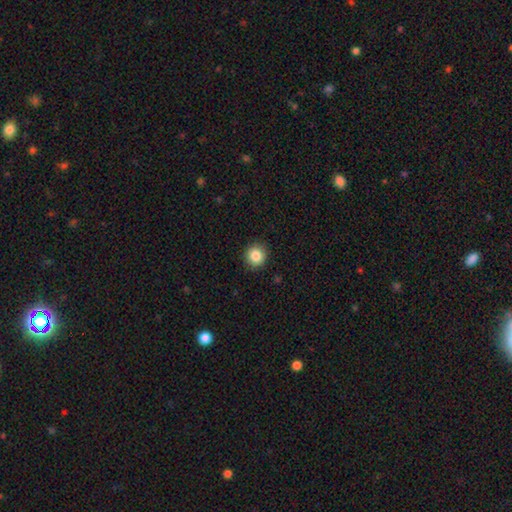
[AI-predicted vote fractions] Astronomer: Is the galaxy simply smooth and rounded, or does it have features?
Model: smooth — 85%.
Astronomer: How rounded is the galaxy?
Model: round — 92%.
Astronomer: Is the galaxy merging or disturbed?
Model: none — 91%.